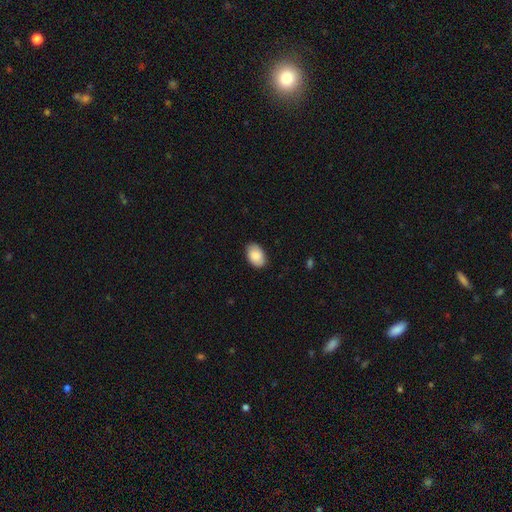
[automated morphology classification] Smooth or featured: smooth — 87% (featured or disk — 7%)
How rounded: in between — 90% (round — 9%)
Merging: none — 86% (minor disturbance — 11%)